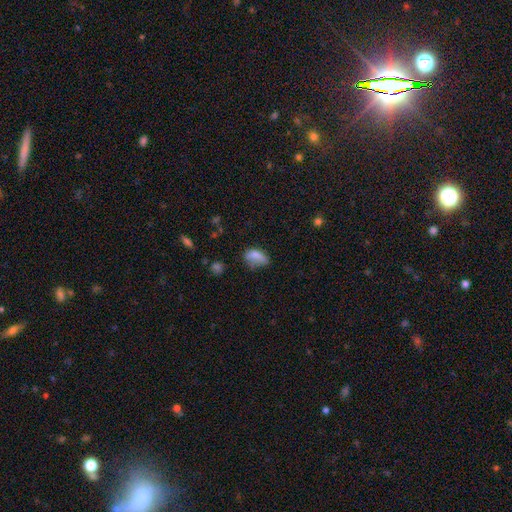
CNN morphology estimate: Q: Smooth or featured?
A: smooth (76%); runner-up: featured or disk (13%)
Q: How rounded?
A: in between (87%); runner-up: cigar-shaped (7%)
Q: Merging?
A: none (38%); runner-up: minor disturbance (34%)